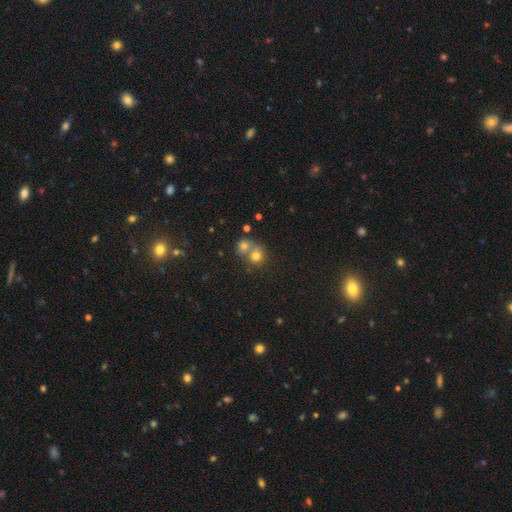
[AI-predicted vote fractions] smooth 74%, star or artifact 13%, featured or disk 12%. Down the decision tree: how rounded — round (83%); merging — merger (54%).